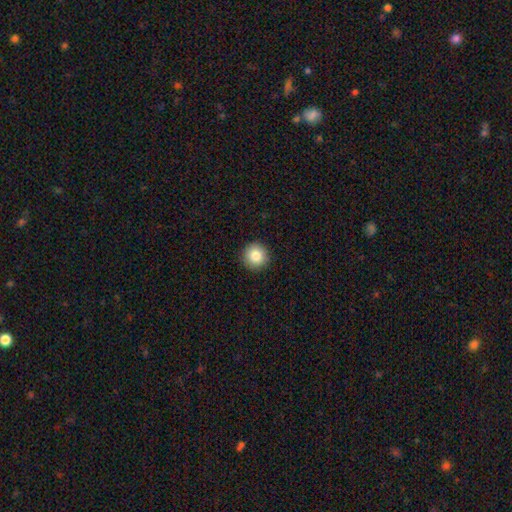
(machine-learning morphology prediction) The model was most divided on "smooth or featured": smooth: 84%, star or artifact: 9%, featured or disk: 6%. More confident: how rounded — round (95%); merging — none (92%).